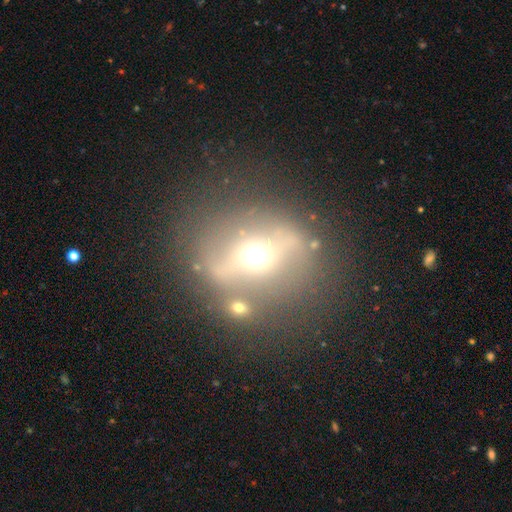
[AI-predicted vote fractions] Q: Smooth or featured?
A: featured or disk (68%); runner-up: smooth (21%)
Q: Edge-on disk?
A: no (67%); runner-up: yes (33%)
Q: Merging?
A: none (76%); runner-up: minor disturbance (12%)